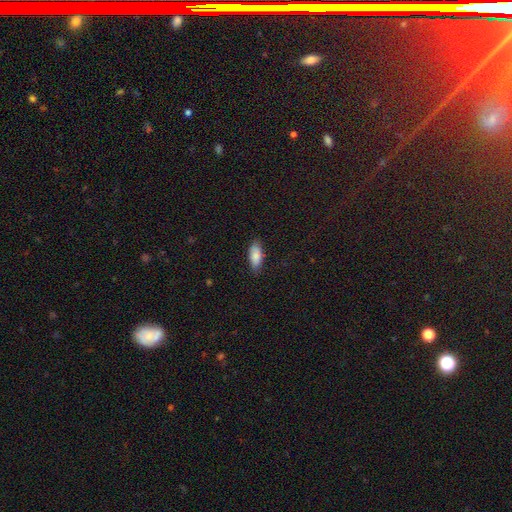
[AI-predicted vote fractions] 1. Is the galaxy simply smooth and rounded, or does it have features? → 86% smooth, 7% featured or disk, 7% star or artifact.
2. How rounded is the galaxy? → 83% in between, 15% cigar-shaped, 2% round.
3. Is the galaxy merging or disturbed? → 81% none, 15% minor disturbance, 3% major disturbance, 1% merger.